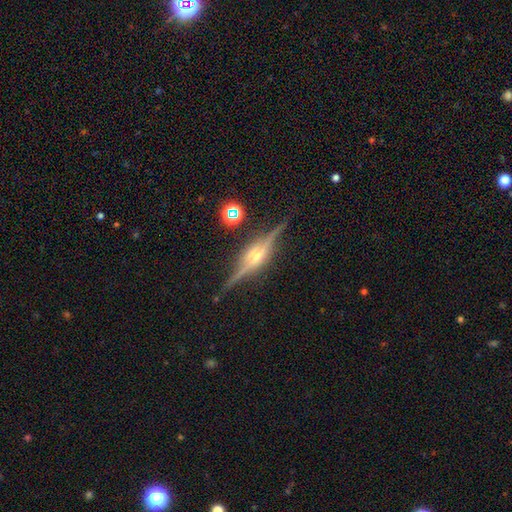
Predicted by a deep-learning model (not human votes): A featured or disk galaxy (88%) viewed edge-on (97%) with a rounded central bulge (84%). Merging: none (87%).